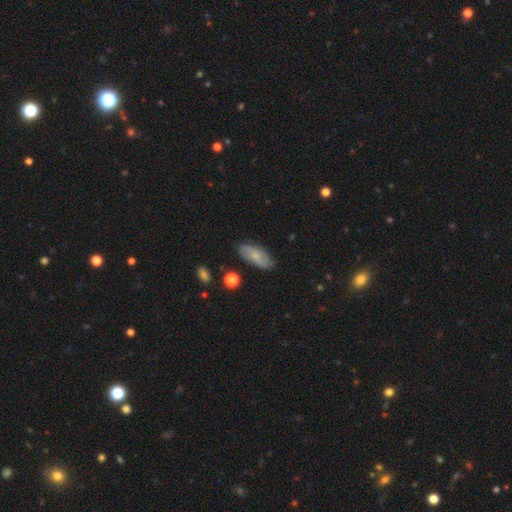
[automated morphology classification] smooth 55%, featured or disk 37%, star or artifact 8%. Down the decision tree: how rounded — in between (85%); merging — none (82%).